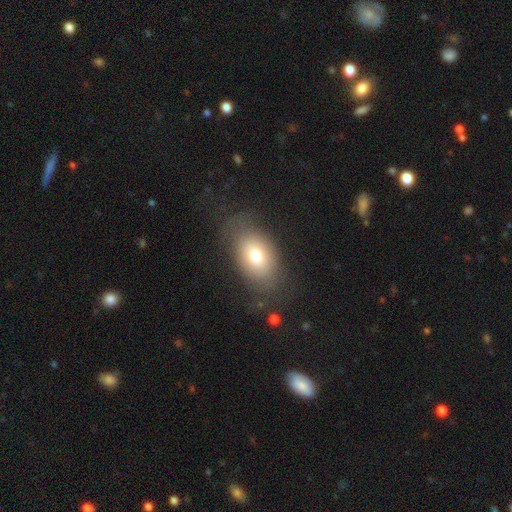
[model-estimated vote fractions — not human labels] This appears to be a smooth galaxy with no disk features (73%) that is in between round and cigar-shaped (86%). Merging: none (71%).